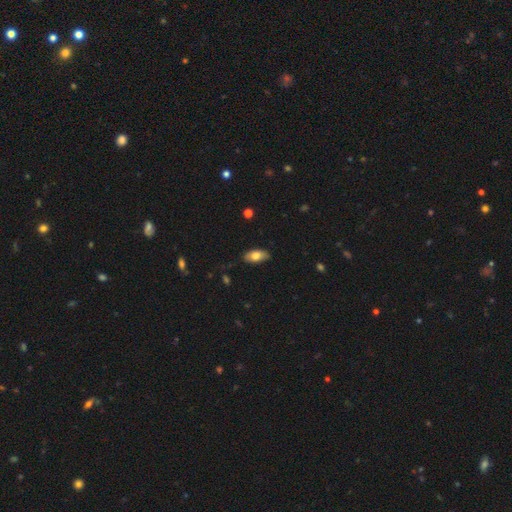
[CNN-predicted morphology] Smooth or featured: smooth — 76% (featured or disk — 18%)
How rounded: in between — 91% (cigar-shaped — 5%)
Merging: none — 81% (minor disturbance — 15%)